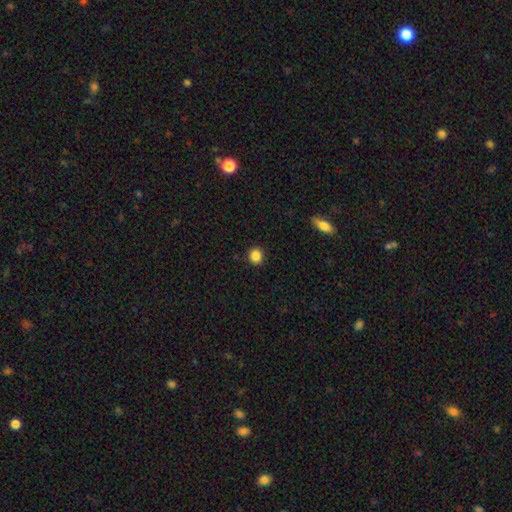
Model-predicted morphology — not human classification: Smooth or featured? smooth (86%)
How rounded? round (83%)
Merging? none (91%)